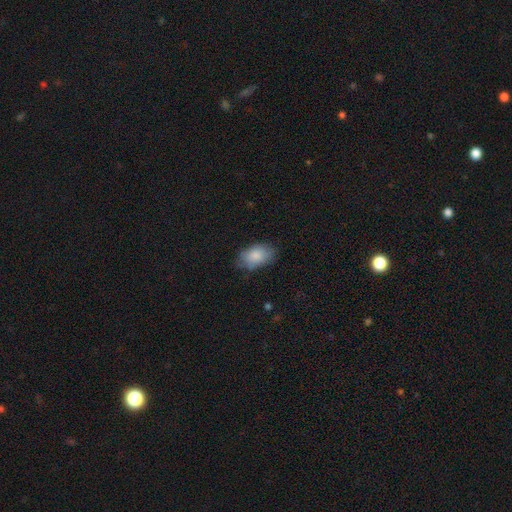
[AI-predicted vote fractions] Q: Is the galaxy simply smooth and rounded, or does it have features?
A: smooth — 85%.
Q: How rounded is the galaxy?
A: in between — 91%.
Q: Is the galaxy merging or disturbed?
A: none — 68%.